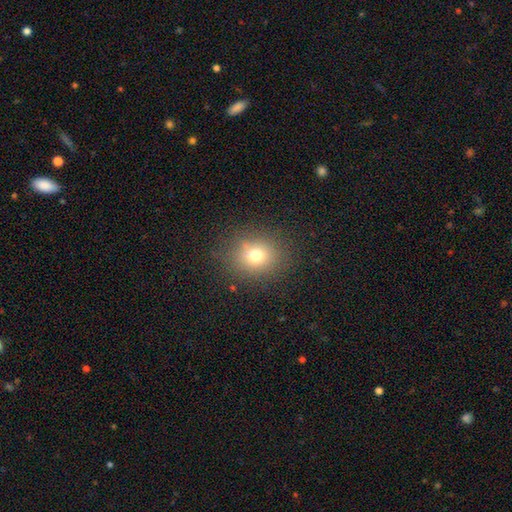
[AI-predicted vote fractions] Smooth or featured? Predicted: smooth (p=0.71). How rounded? Predicted: round (p=0.73). Merging? Predicted: none (p=0.82).